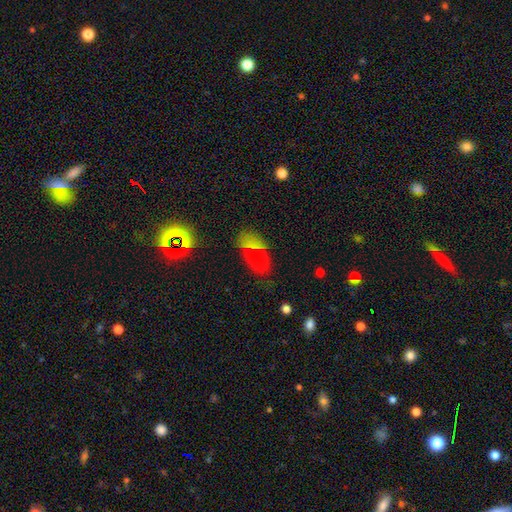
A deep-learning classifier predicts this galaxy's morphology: Smooth or featured? Predicted: smooth (p=0.65). How rounded? Predicted: in between (p=0.90). Merging? Predicted: none (p=0.74).